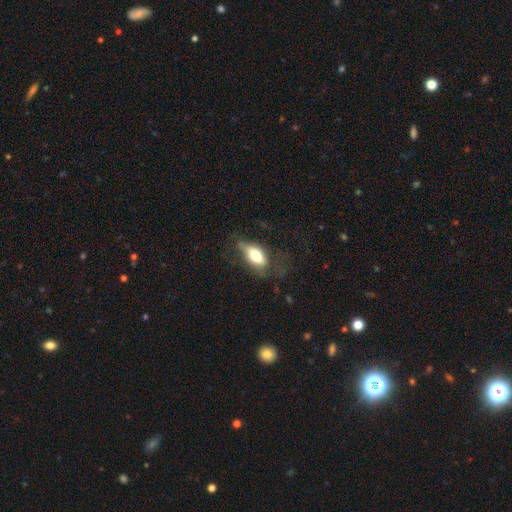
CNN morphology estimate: smooth 69%, featured or disk 23%, star or artifact 8%. Down the decision tree: how rounded — in between (85%); merging — none (48%).